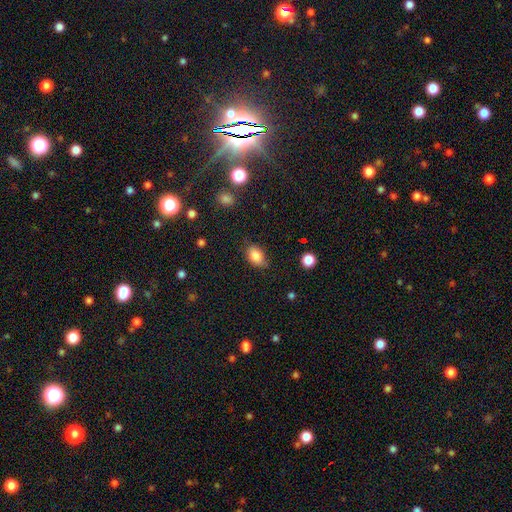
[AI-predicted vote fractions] smooth_or_featured: smooth (p=0.84) [alt: star or artifact p=0.09]
how_rounded: in between (p=0.84) [alt: round p=0.14]
merging: none (p=0.69) [alt: minor disturbance p=0.24]